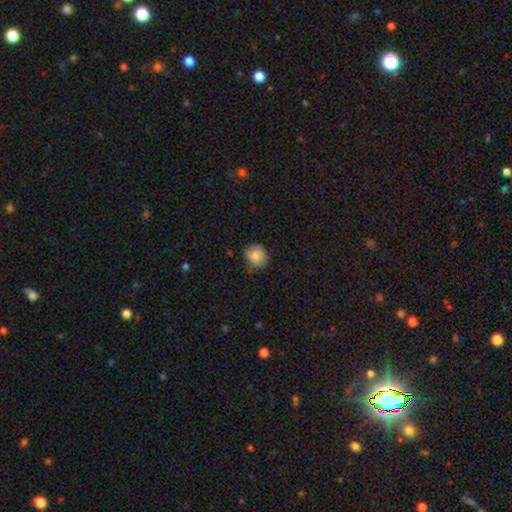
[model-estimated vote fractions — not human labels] Q: Smooth or featured?
A: smooth (82%); runner-up: featured or disk (10%)
Q: How rounded?
A: round (80%); runner-up: in between (20%)
Q: Merging?
A: none (73%); runner-up: minor disturbance (21%)